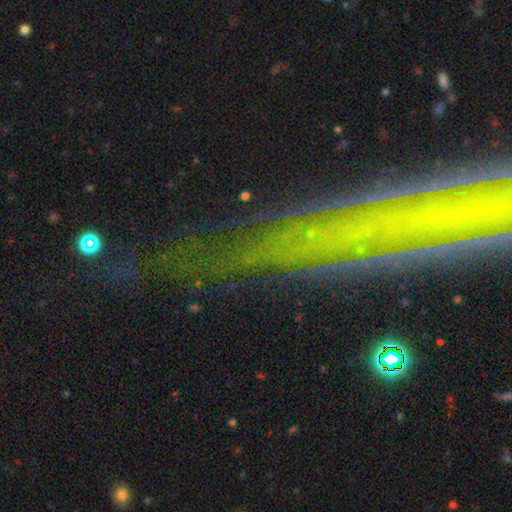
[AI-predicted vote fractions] A star or artifact, not a galaxy (43%).